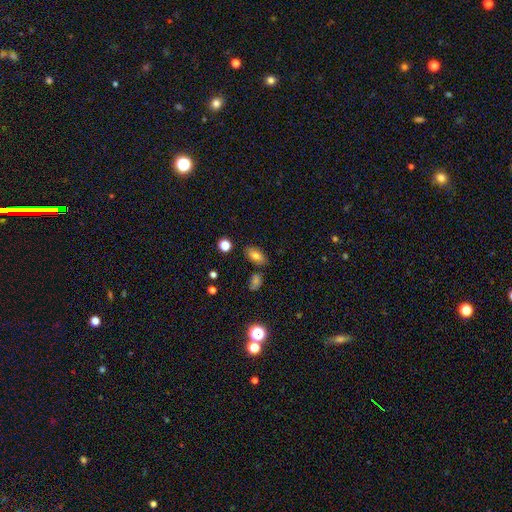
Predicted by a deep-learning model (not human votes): This is likely a smooth galaxy (72%). How rounded: clearly in between (89%). Merging: likely none (78%).